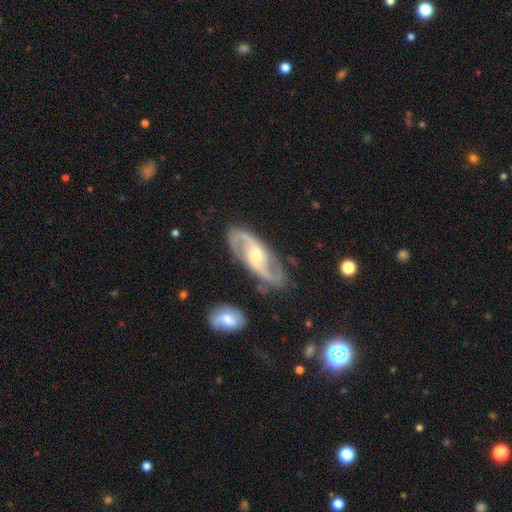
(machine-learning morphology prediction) smooth-or-featured: featured or disk: 89% | smooth: 7% | star or artifact: 5%
  disk-edge-on: no: 95% | yes: 5%
    bar: weak: 45% | no: 38% | strong: 18%
    has-spiral-arms: yes: 97% | no: 3%
      spiral-winding: medium: 51% | loose: 33% | tight: 17%
      spiral-arm-count: 2: 92% | can't tell: 3% | 3: 1% | 1: 1% | 4: 1% | more than 4: 1%
    bulge-size: moderate: 53% | small: 41% | large: 4% | none: 2% | dominant: 1%
  merging: none: 80% | minor disturbance: 13% | major disturbance: 4% | merger: 3%